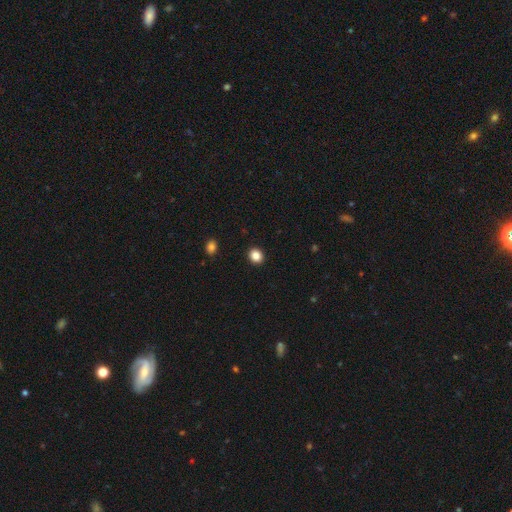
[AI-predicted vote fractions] This is clearly a smooth galaxy (86%). How rounded: likely round (73%). Merging: clearly none (92%).